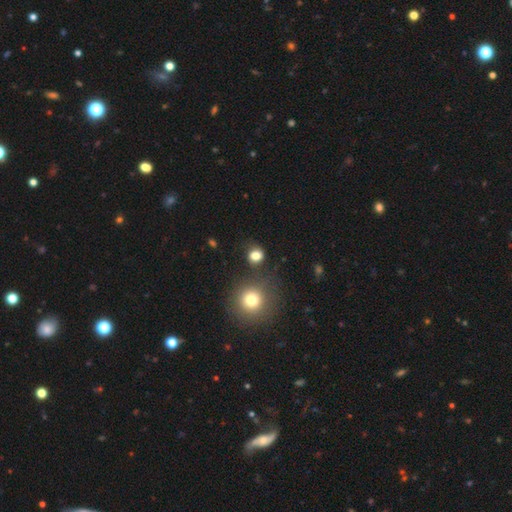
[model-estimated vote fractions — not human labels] Smooth or featured: smooth — 79% (star or artifact — 13%)
How rounded: round — 76% (in between — 23%)
Merging: none — 69% (minor disturbance — 15%)